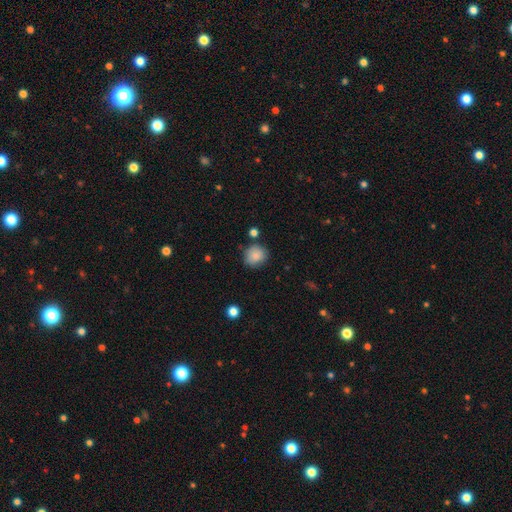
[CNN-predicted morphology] Smooth or featured? smooth (84%)
How rounded? round (85%)
Merging? none (79%)